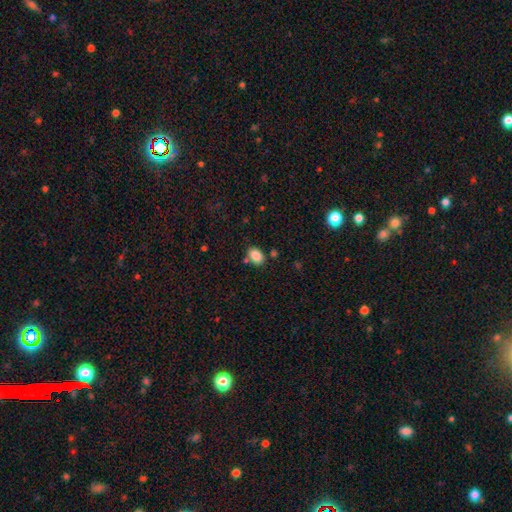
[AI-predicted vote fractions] smooth_or_featured: smooth (p=0.87) [alt: star or artifact p=0.09]
how_rounded: in between (p=0.84) [alt: round p=0.14]
merging: none (p=0.74) [alt: minor disturbance p=0.14]